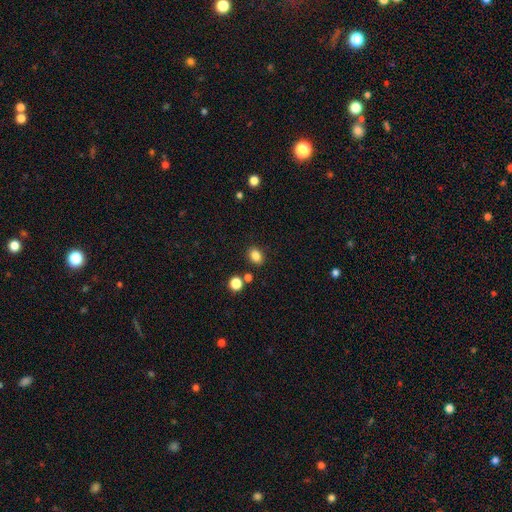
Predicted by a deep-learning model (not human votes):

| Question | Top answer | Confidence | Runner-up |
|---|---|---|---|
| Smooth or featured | smooth | 84% | star or artifact (11%) |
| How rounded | in between | 61% | round (38%) |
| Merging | none | 84% | minor disturbance (9%) |